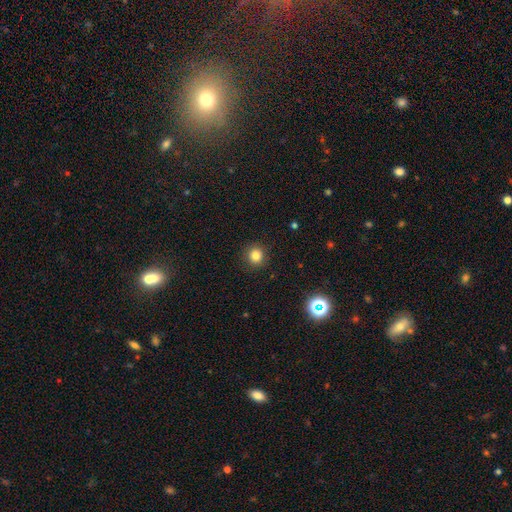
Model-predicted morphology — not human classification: Smooth or featured? smooth (82%)
How rounded? round (91%)
Merging? none (91%)